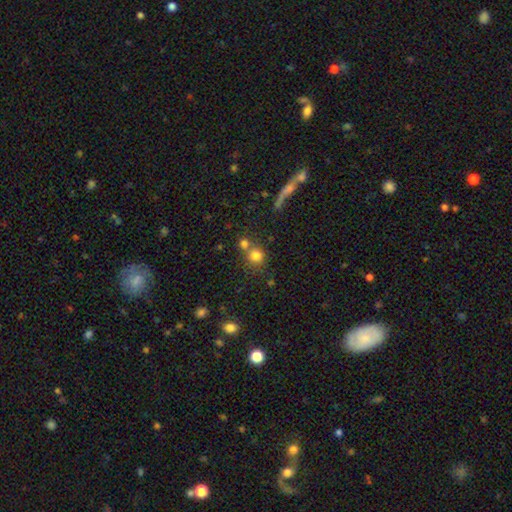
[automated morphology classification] Smooth or featured?
  - smooth: 77% *
  - star or artifact: 14%
  - featured or disk: 10%
How rounded?
  - round: 87% *
  - in between: 12%
  - cigar-shaped: 1%
Merging?
  - none: 54% *
  - merger: 34%
  - minor disturbance: 8%
  - major disturbance: 4%